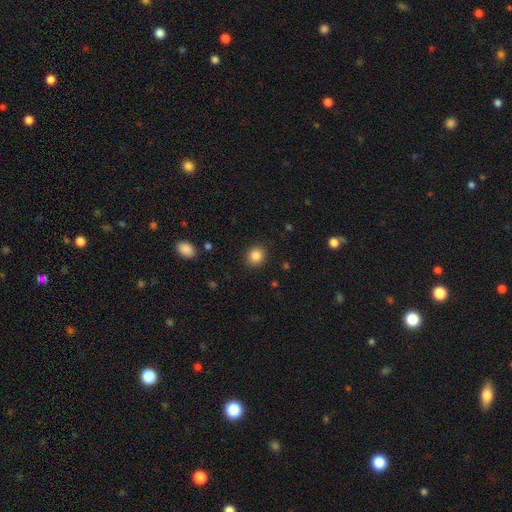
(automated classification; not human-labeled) The model was most divided on "how rounded": round: 82%, in between: 17%, cigar-shaped: 1%. More confident: merging — none (90%); smooth or featured — smooth (85%).